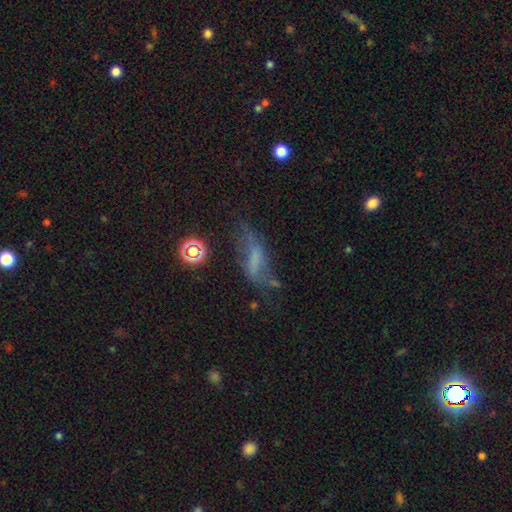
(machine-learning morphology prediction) Q: Smooth or featured?
A: featured or disk (44%); runner-up: smooth (36%)
Q: Merging?
A: none (44%); runner-up: major disturbance (26%)